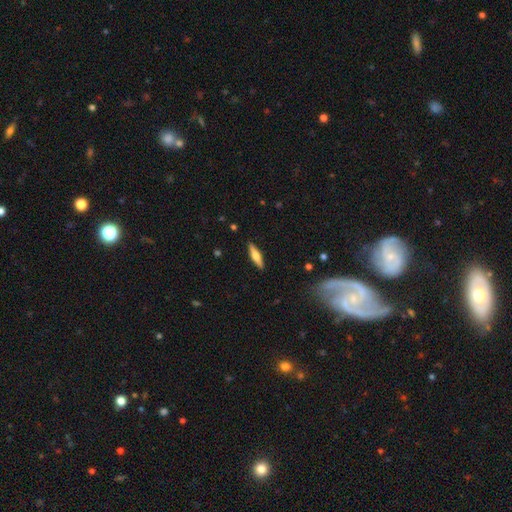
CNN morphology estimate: A smooth galaxy with no disk features (50%) that is cigar-shaped (76%).

Vote fractions:
- Smooth or featured? smooth: 50% / featured or disk: 44% / star or artifact: 6%
- How rounded? cigar-shaped: 76% / in between: 23% / round: 2%
- Merging? none: 90% / minor disturbance: 7% / major disturbance: 2% / merger: 1%